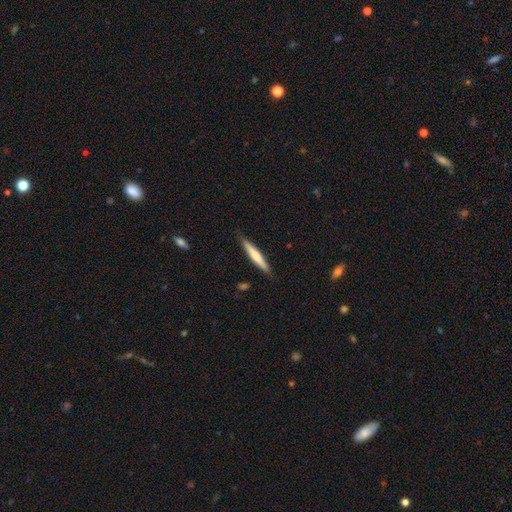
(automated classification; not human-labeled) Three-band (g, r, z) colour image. It shows a smooth galaxy with no disk features (60%) that is cigar-shaped (94%). Merging: none (87%).